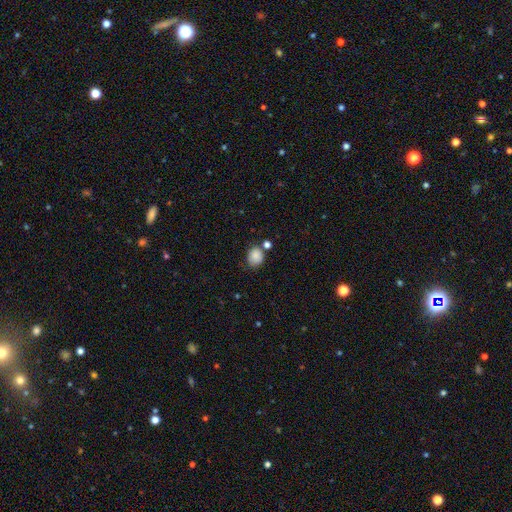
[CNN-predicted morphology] The model was most divided on "how rounded": round: 65%, in between: 34%, cigar-shaped: 1%. More confident: smooth or featured — smooth (86%); merging — none (68%).